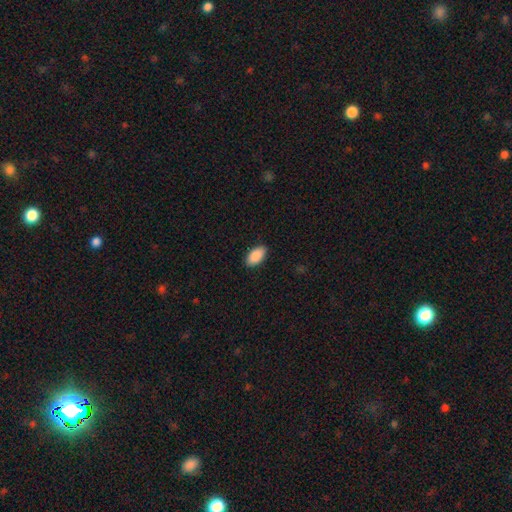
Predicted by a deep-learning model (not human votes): This is clearly a smooth galaxy (90%). How rounded: clearly in between (95%). Merging: clearly none (89%).